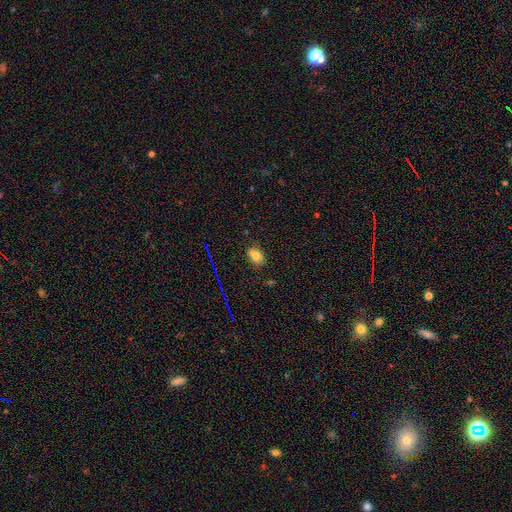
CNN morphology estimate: smooth 75%, star or artifact 15%, featured or disk 10%. Down the decision tree: how rounded — in between (72%); merging — none (81%).